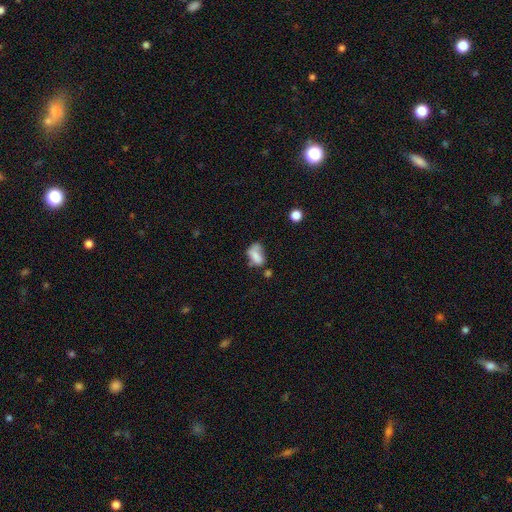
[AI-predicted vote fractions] The model was most divided on "merging" (2-way tie): minor disturbance: 30%, none: 30%, major disturbance: 25%, merger: 15%. More confident: how rounded — in between (85%); smooth or featured — smooth (67%).